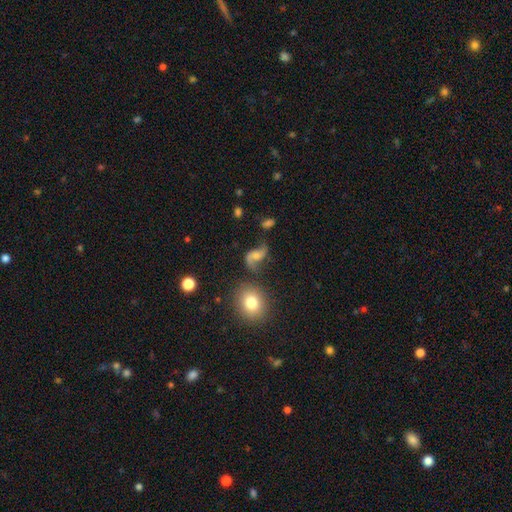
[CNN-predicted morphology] Smooth or featured: featured or disk — 73% (smooth — 18%)
Edge-on disk: no — 97% (yes — 3%)
Bar: no — 51% (weak — 38%)
Spiral arms: yes — 93% (no — 7%)
Spiral winding: loose — 84% (medium — 13%)
Spiral arm count: 2 — 92% (1 — 3%)
Bulge size: moderate — 40% (small — 37%)
Merging: none — 60% (minor disturbance — 19%)